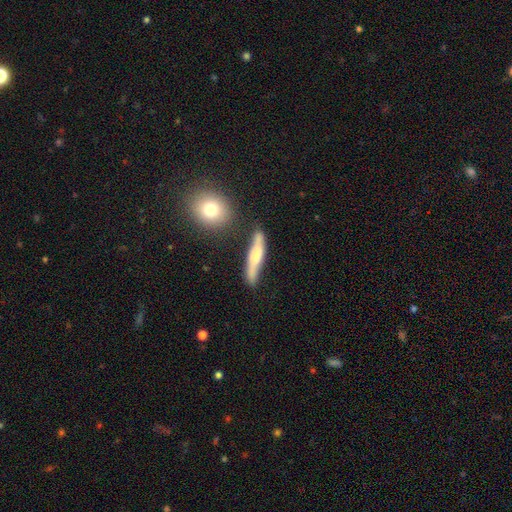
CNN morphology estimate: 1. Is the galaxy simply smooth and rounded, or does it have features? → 52% smooth, 41% featured or disk, 7% star or artifact.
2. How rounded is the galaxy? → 85% cigar-shaped, 12% in between, 3% round.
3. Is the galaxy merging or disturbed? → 67% none, 20% minor disturbance, 8% merger, 5% major disturbance.